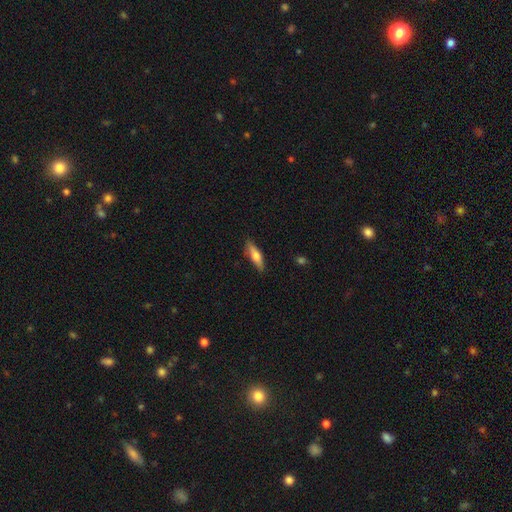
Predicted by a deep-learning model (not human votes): Overall: smooth (64%; featured or disk 30%). How rounded: cigar-shaped (60%; in between 38%). Merging: none (83%).